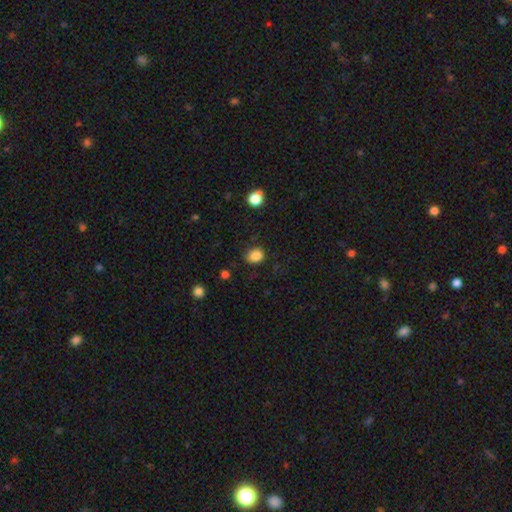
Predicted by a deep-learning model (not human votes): smooth 85%, star or artifact 10%, featured or disk 4%. Down the decision tree: how rounded — round (60%); merging — none (77%).